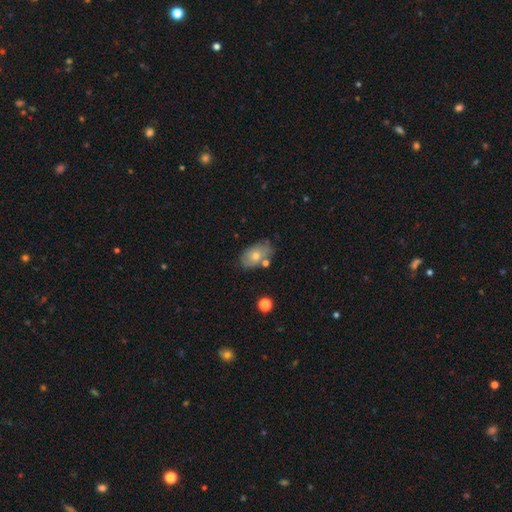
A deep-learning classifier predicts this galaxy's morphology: Smooth or featured? smooth (57%)
How rounded? in between (88%)
Merging? none (69%)